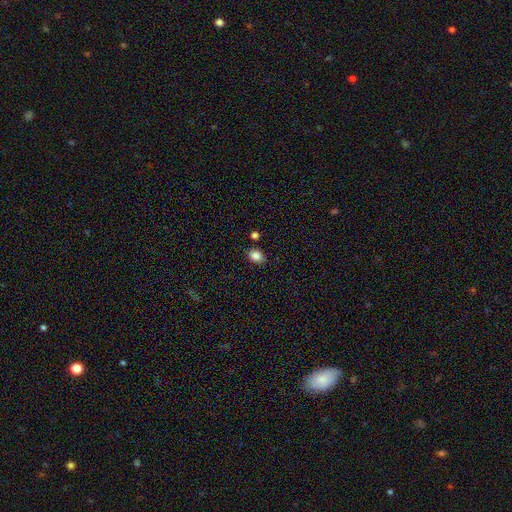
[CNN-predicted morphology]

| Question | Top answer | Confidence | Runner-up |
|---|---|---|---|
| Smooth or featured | smooth | 85% | star or artifact (10%) |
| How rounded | in between | 67% | round (32%) |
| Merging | none | 81% | minor disturbance (12%) |